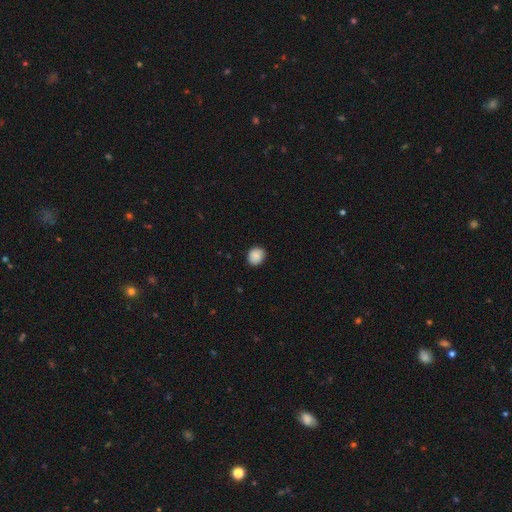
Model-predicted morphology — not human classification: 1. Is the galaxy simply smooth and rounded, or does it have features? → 89% smooth, 8% star or artifact, 3% featured or disk.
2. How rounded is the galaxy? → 69% round, 30% in between, 1% cigar-shaped.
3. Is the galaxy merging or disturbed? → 87% none, 10% minor disturbance, 2% major disturbance, 1% merger.